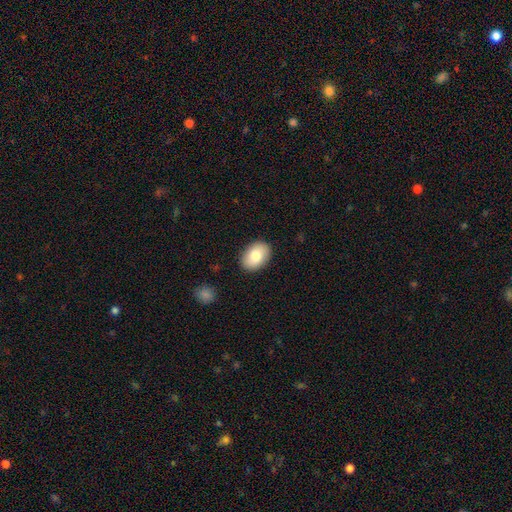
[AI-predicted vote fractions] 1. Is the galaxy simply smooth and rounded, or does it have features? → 80% smooth, 13% featured or disk, 7% star or artifact.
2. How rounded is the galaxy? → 83% in between, 16% round, 1% cigar-shaped.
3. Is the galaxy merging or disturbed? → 88% none, 9% minor disturbance, 2% major disturbance, 1% merger.